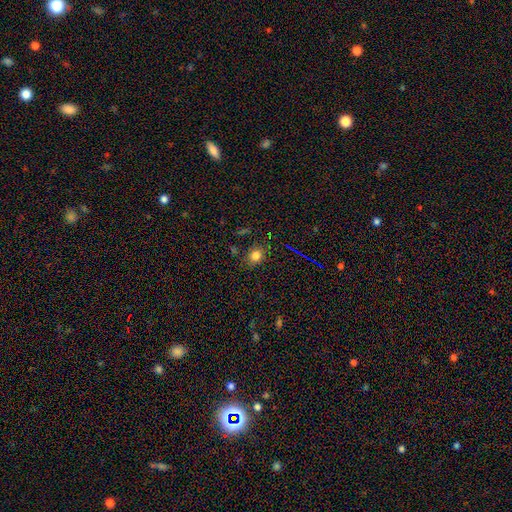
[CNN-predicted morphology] Overall: smooth (77%). How rounded: round (61%; in between 38%). Merging: none (82%).